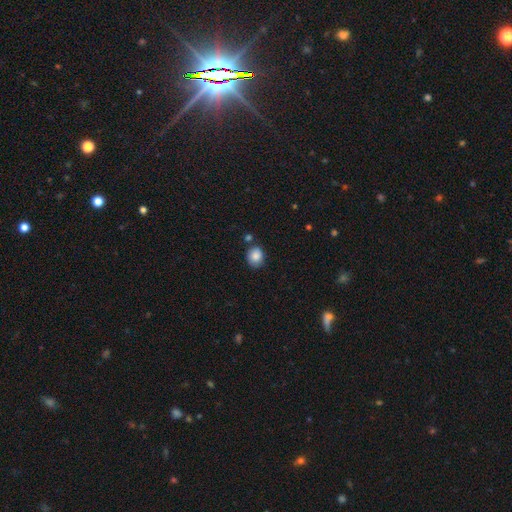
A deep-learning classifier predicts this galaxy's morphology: This appears to be a smooth galaxy with no disk features (85%) that is round (71%). Merging: none (76%).